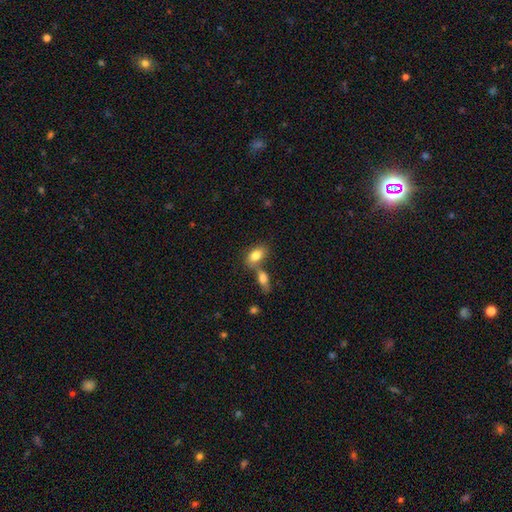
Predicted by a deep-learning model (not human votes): Smooth or featured? smooth (81%)
How rounded? in between (88%)
Merging? none (47%)